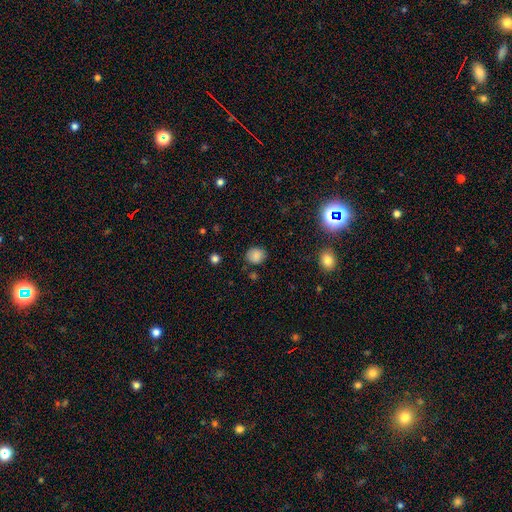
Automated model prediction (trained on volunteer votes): Smooth or featured: smooth — 84% (star or artifact — 11%)
How rounded: round — 78% (in between — 21%)
Merging: none — 82% (minor disturbance — 13%)